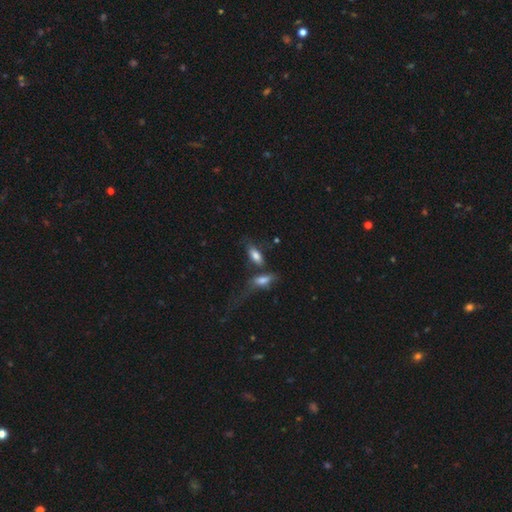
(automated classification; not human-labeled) A smooth galaxy with no disk features (76%) that is in between round and cigar-shaped (83%). Merging: none (46%).